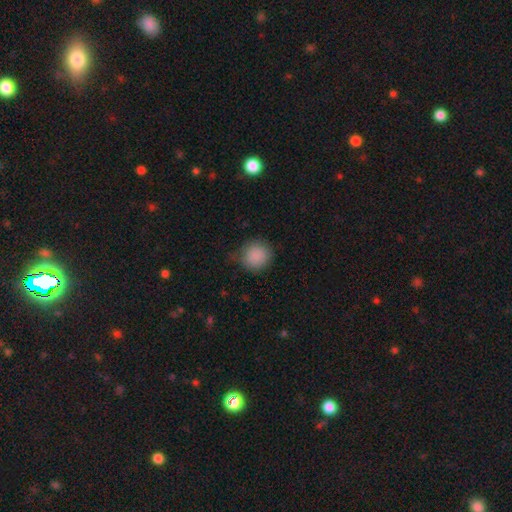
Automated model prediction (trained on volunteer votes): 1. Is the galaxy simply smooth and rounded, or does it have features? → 88% smooth, 8% star or artifact, 4% featured or disk.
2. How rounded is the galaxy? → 89% round, 10% in between, 1% cigar-shaped.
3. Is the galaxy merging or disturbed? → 68% none, 24% minor disturbance, 7% major disturbance, 2% merger.